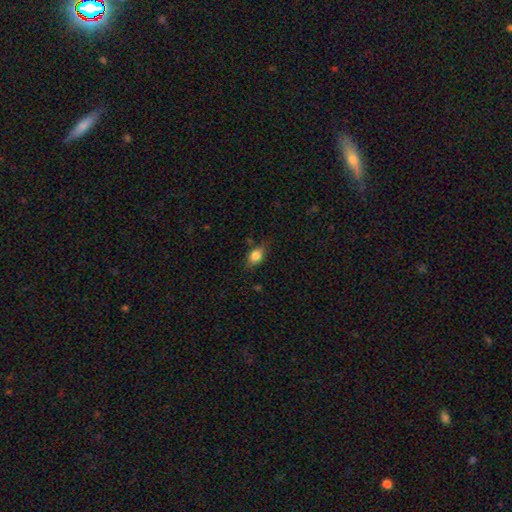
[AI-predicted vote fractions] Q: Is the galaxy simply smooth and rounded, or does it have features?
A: smooth — 79%.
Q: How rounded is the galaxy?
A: in between — 75%.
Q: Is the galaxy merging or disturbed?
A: none — 71%.